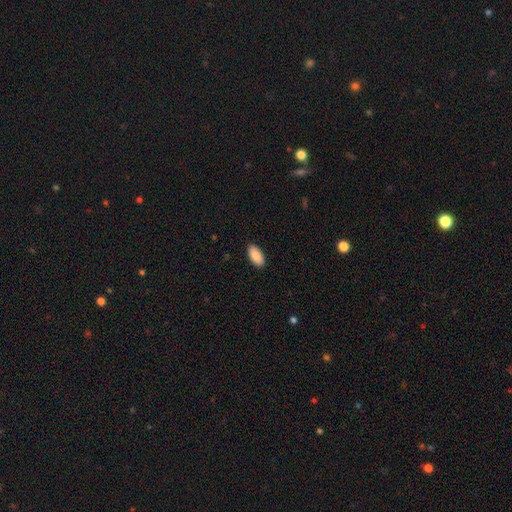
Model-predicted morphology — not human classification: A smooth galaxy with no disk features (90%) that is in between round and cigar-shaped (95%). Merging: none (90%).